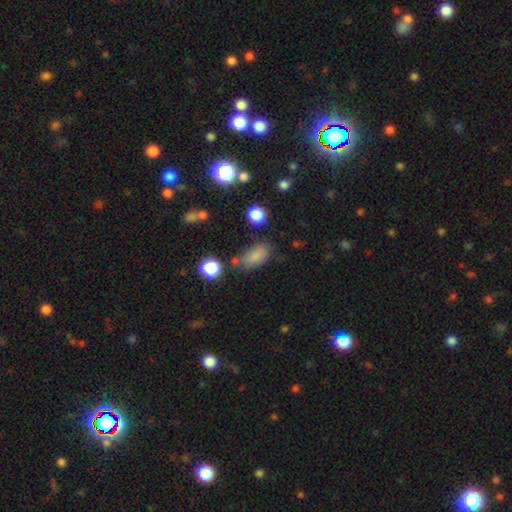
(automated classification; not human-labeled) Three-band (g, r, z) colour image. It shows a smooth galaxy with no disk features (81%) that is in between round and cigar-shaped (87%). Merging: none (62%).